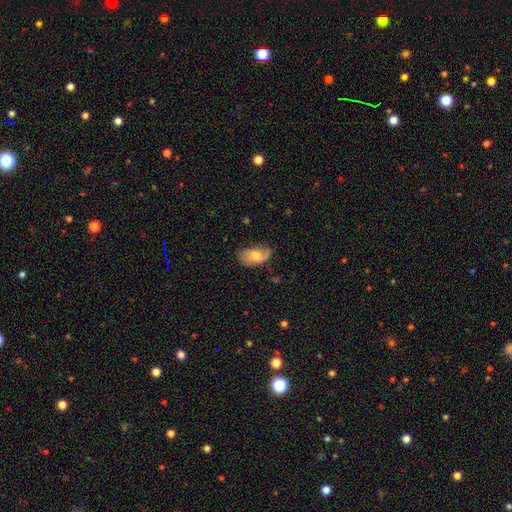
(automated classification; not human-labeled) This is possibly a smooth galaxy (58%). How rounded: clearly in between (92%). Merging: possibly none (54%).